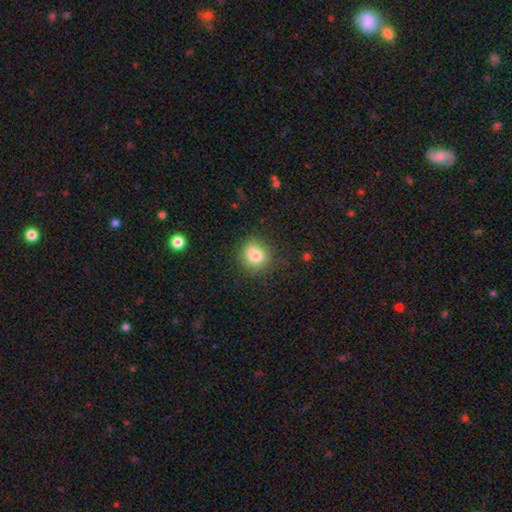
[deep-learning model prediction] The model was most divided on "merging": none: 68%, minor disturbance: 20%, merger: 6%, major disturbance: 6%. More confident: how rounded — round (81%); smooth or featured — smooth (78%).